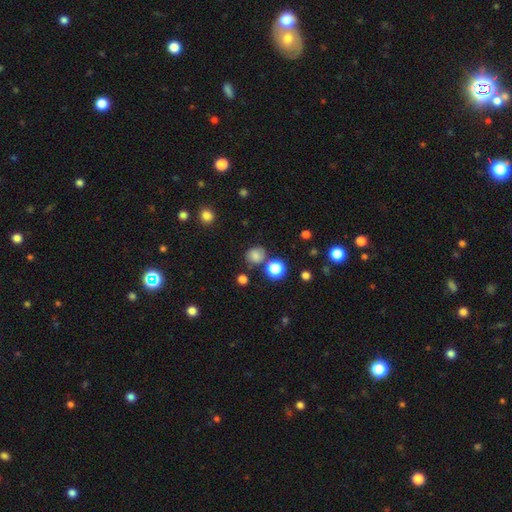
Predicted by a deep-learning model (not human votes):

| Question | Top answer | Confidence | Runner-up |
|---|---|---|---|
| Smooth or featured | smooth | 73% | star or artifact (16%) |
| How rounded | round | 78% | in between (21%) |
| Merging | none | 73% | minor disturbance (14%) |